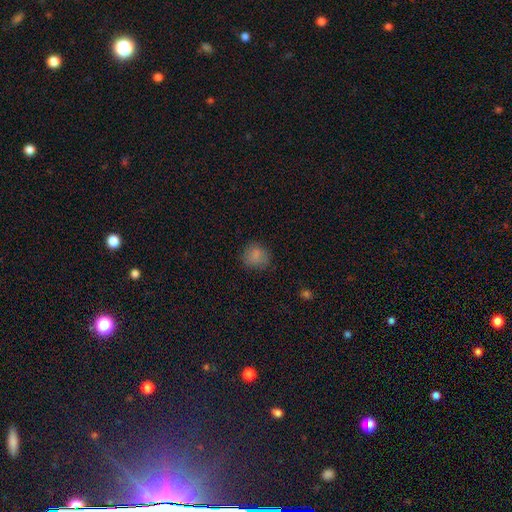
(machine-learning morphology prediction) Q: Smooth or featured?
A: smooth (82%); runner-up: star or artifact (11%)
Q: How rounded?
A: round (83%); runner-up: in between (16%)
Q: Merging?
A: none (77%); runner-up: minor disturbance (17%)